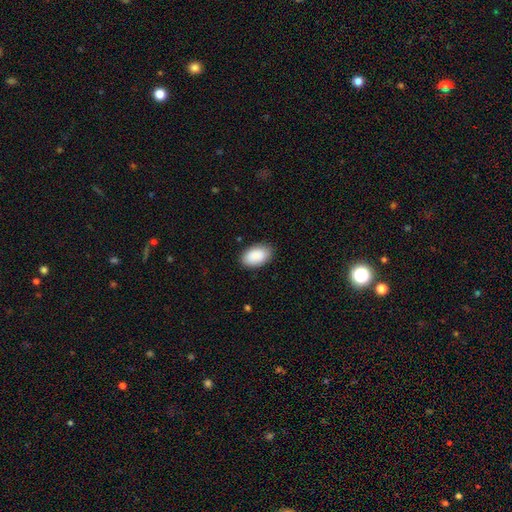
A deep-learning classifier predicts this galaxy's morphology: Q: Smooth or featured?
A: smooth (91%); runner-up: star or artifact (6%)
Q: How rounded?
A: in between (94%); runner-up: round (5%)
Q: Merging?
A: none (86%); runner-up: minor disturbance (11%)